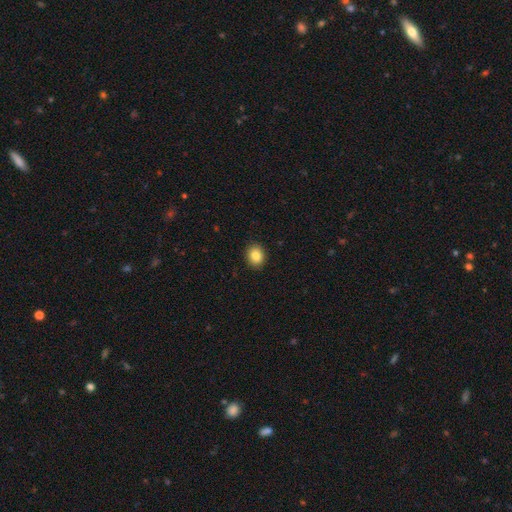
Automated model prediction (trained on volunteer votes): Smooth or featured? smooth (85%)
How rounded? round (52%)
Merging? none (90%)